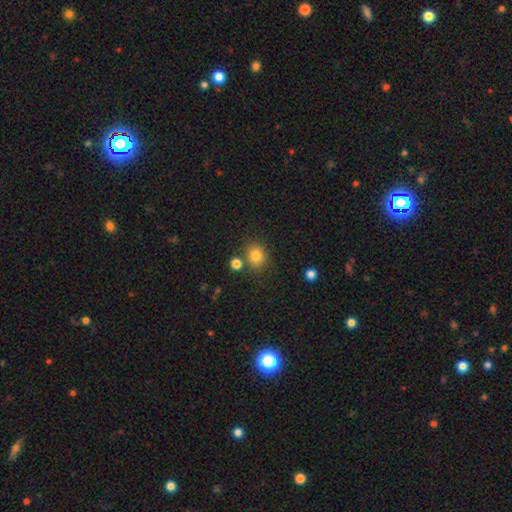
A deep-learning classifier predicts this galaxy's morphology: type=smooth (82%); roundness=round (74%); merging=none (76%).